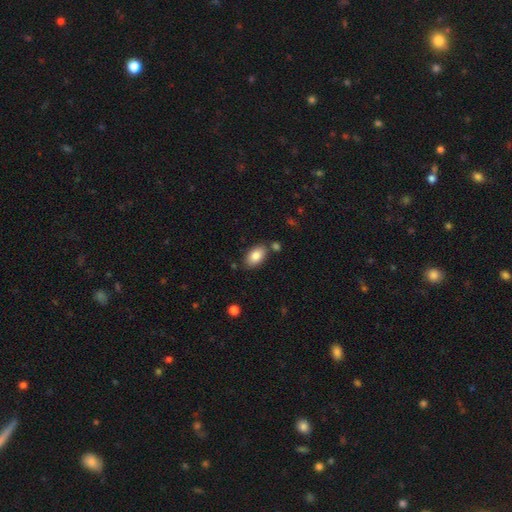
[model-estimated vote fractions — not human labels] A smooth galaxy with no disk features (85%) that is in between round and cigar-shaped (93%).

Vote fractions:
- Smooth or featured? smooth: 85% / featured or disk: 8% / star or artifact: 7%
- How rounded? in between: 93% / round: 5% / cigar-shaped: 2%
- Merging? none: 77% / minor disturbance: 12% / merger: 8% / major disturbance: 3%